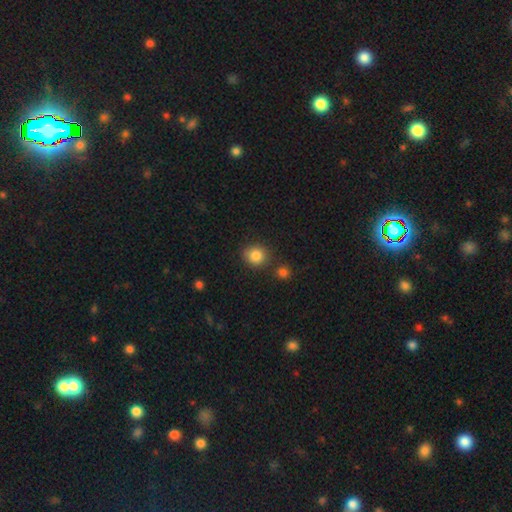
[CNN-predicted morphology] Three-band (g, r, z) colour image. It shows a smooth galaxy with no disk features (85%) that is round (84%). Merging: none (78%).